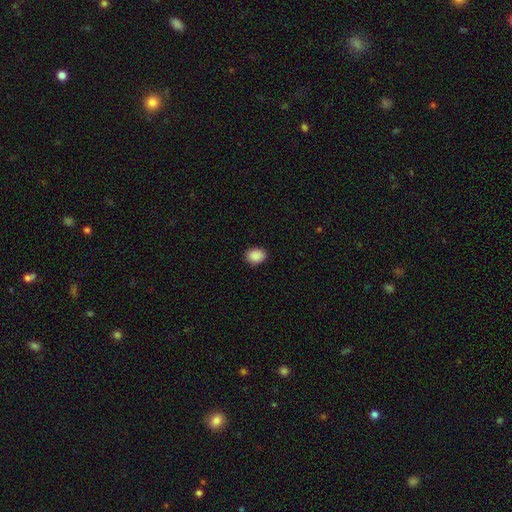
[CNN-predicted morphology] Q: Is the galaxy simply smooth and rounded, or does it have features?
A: smooth — 90%.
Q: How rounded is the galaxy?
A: in between — 55%.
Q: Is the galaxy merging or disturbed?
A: none — 89%.